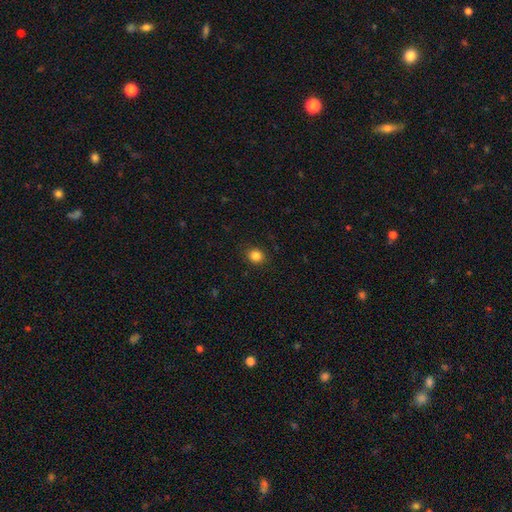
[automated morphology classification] Smooth or featured? Predicted: smooth (p=0.84). How rounded? Predicted: round (p=0.77). Merging? Predicted: none (p=0.90).